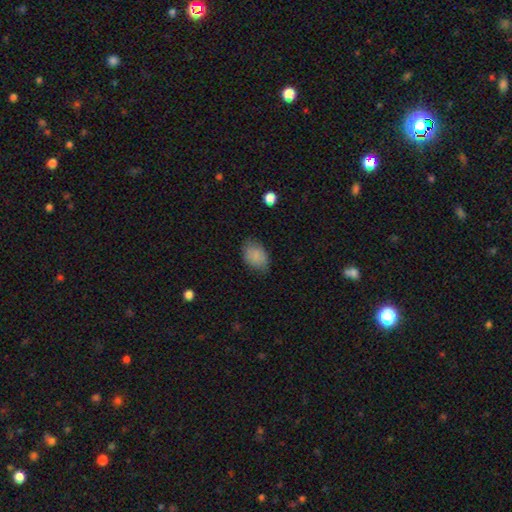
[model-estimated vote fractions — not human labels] smooth-or-featured: smooth: 86% | star or artifact: 8% | featured or disk: 7%
  how-rounded: in between: 81% | round: 18% | cigar-shaped: 1%
  merging: none: 75% | minor disturbance: 19% | major disturbance: 4% | merger: 1%